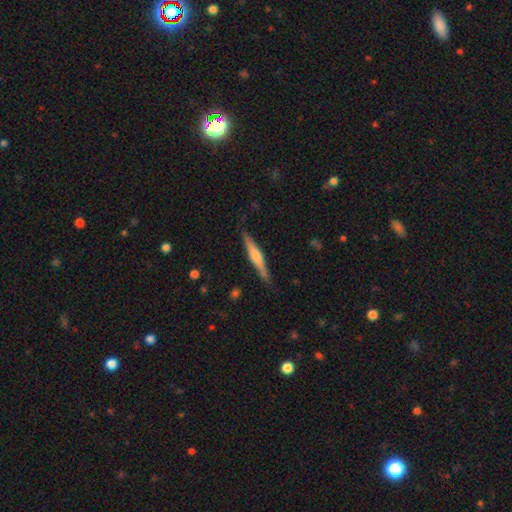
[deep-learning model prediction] smooth_or_featured: featured or disk (p=0.61) [alt: smooth p=0.34]
disk_edge_on: yes (p=0.97) [alt: no p=0.03]
edge_on_bulge: rounded (p=0.67) [alt: boxy p=0.20]
merging: none (p=0.86) [alt: minor disturbance p=0.11]